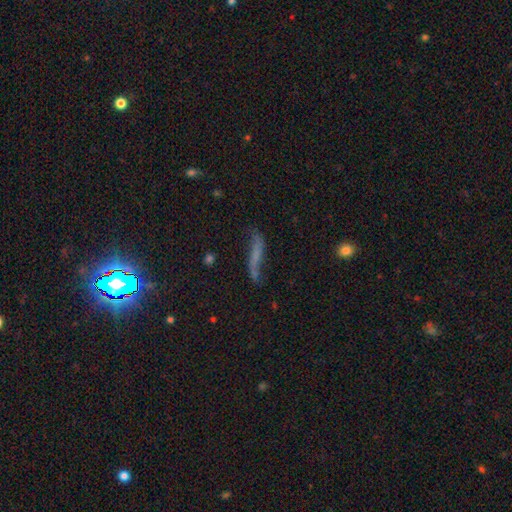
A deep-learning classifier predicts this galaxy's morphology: Smooth or featured?
  - featured or disk: 47% *
  - smooth: 37%
  - star or artifact: 16%
Merging?
  - none: 54% *
  - minor disturbance: 26%
  - major disturbance: 15%
  - merger: 5%